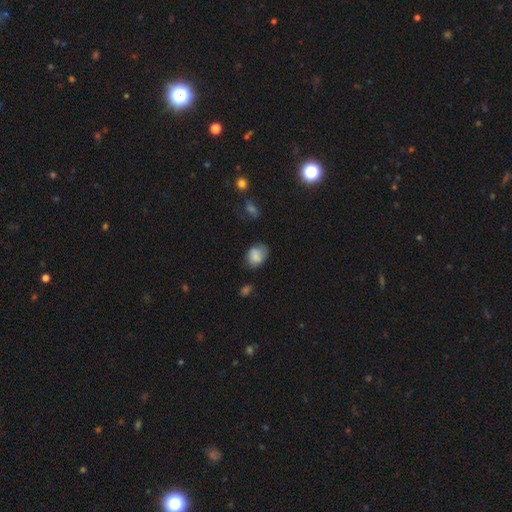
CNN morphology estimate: Smooth or featured? Predicted: smooth (p=0.79). How rounded? Predicted: in between (p=0.66). Merging? Predicted: none (p=0.60).